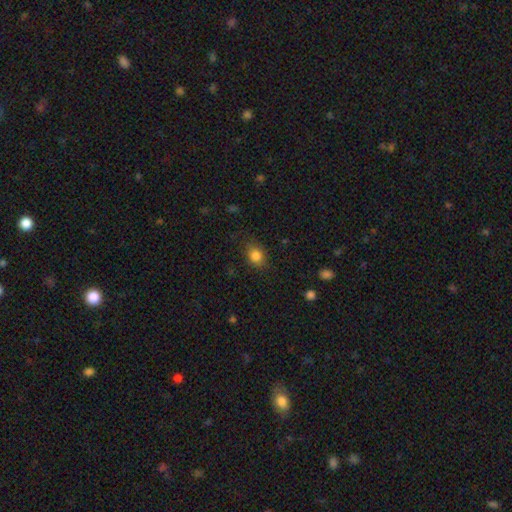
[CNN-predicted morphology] A smooth galaxy with no disk features (84%) that is round (52%).

Vote fractions:
- Smooth or featured? smooth: 84% / star or artifact: 11% / featured or disk: 5%
- How rounded? round: 52% / in between: 47% / cigar-shaped: 1%
- Merging? none: 80% / minor disturbance: 14% / major disturbance: 4% / merger: 1%